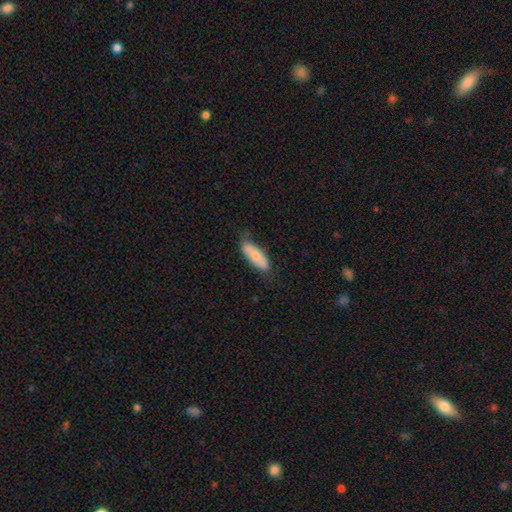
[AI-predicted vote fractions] smooth_or_featured: smooth (p=0.72) [alt: featured or disk p=0.22]
how_rounded: in between (p=0.61) [alt: cigar-shaped p=0.37]
merging: none (p=0.71) [alt: minor disturbance p=0.23]